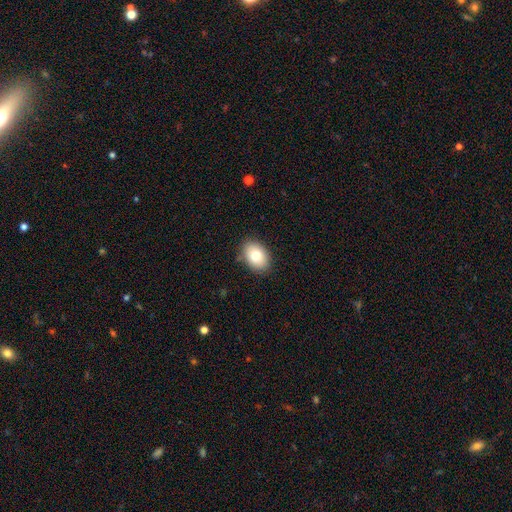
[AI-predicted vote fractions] This is likely a smooth galaxy (77%). How rounded: likely in between (77%). Merging: clearly none (85%).